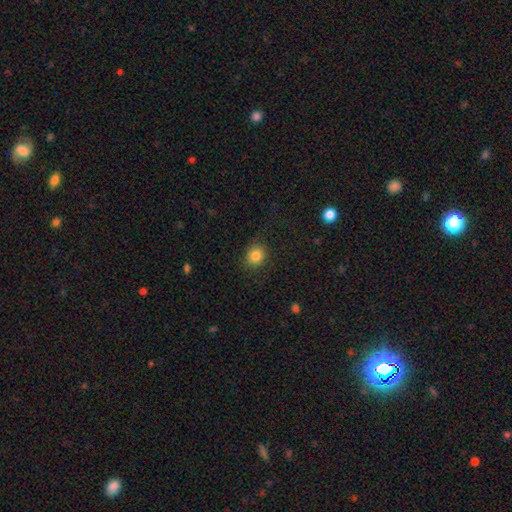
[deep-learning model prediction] A smooth galaxy with no disk features (84%) that is round (78%).

Vote fractions:
- Smooth or featured? smooth: 84% / star or artifact: 11% / featured or disk: 5%
- How rounded? round: 78% / in between: 21% / cigar-shaped: 1%
- Merging? none: 87% / minor disturbance: 9% / major disturbance: 3% / merger: 1%